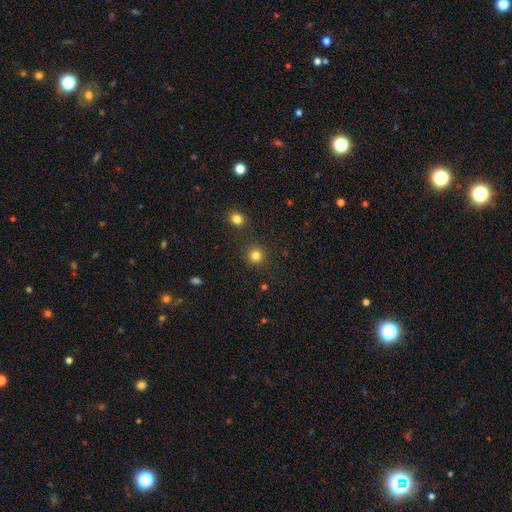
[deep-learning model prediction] smooth 82%, star or artifact 13%, featured or disk 5%. Down the decision tree: how rounded — round (94%); merging — none (90%).